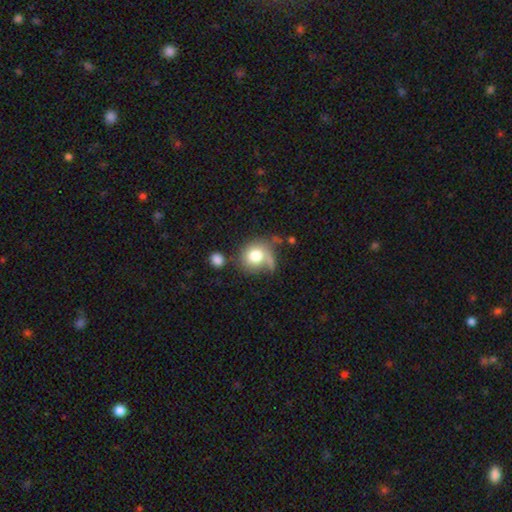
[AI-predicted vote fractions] The model was most divided on "merging": none: 47%, minor disturbance: 21%, merger: 16%, major disturbance: 16%. More confident: how rounded — round (80%); smooth or featured — smooth (77%).